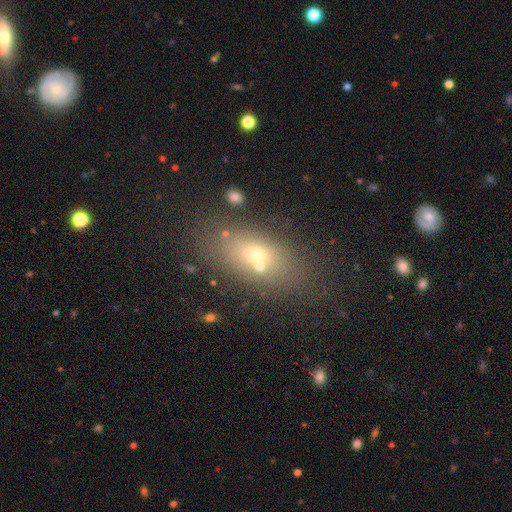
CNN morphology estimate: type=smooth (59%); roundness=in between (75%); merging=none (62%).